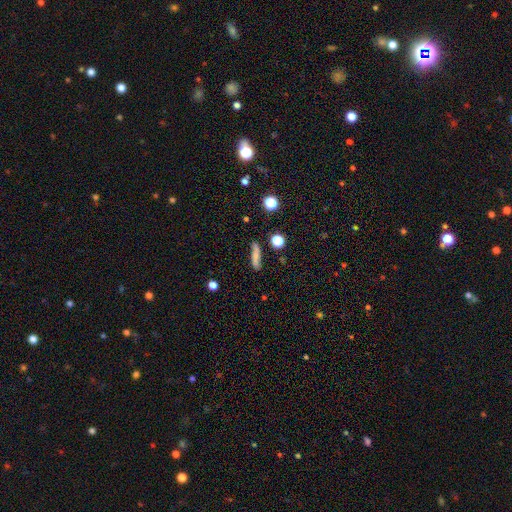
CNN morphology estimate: Smooth or featured: smooth — 59% (featured or disk — 29%)
How rounded: cigar-shaped — 73% (in between — 22%)
Merging: none — 70% (minor disturbance — 20%)